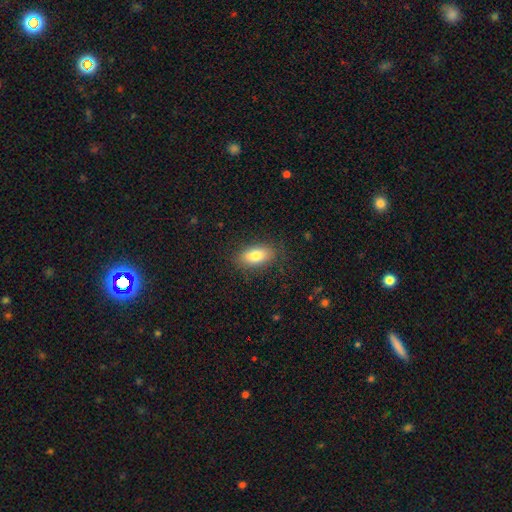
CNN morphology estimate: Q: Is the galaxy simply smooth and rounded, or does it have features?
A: smooth — 79%.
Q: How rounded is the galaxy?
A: in between — 88%.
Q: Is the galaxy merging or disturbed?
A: none — 83%.